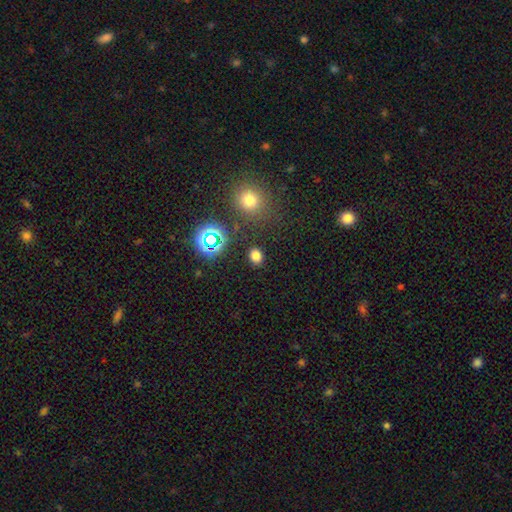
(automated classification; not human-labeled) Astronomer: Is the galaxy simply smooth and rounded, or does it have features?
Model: smooth — 72%.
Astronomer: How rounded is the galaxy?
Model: round — 51% (runner-up: in between, 47%).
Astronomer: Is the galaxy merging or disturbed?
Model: none — 86%.